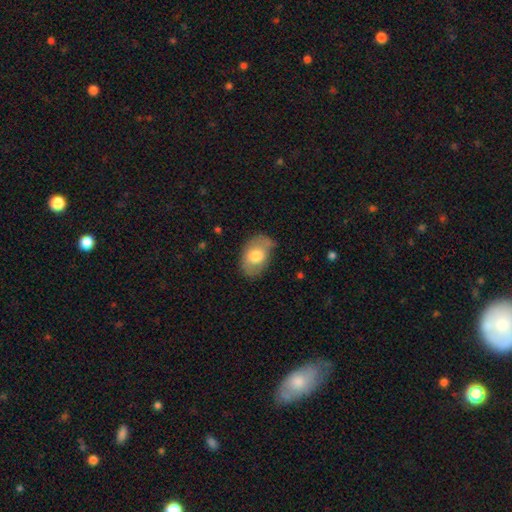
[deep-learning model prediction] This appears to be a smooth galaxy with no disk features (68%) that is in between round and cigar-shaped (85%). Merging: none (62%).